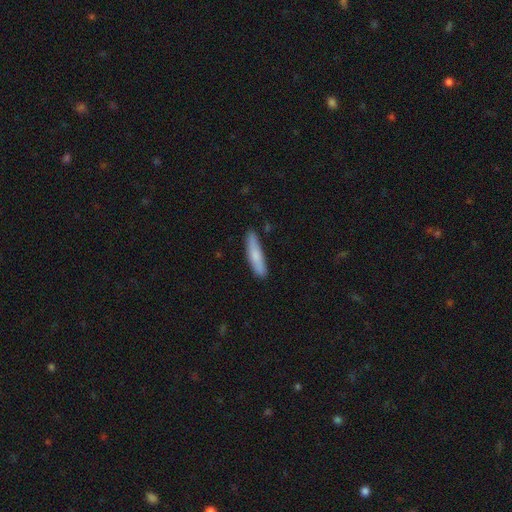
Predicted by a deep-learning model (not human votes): smooth-or-featured: smooth: 77% | featured or disk: 17% | star or artifact: 6%
  how-rounded: cigar-shaped: 85% | in between: 14% | round: 1%
  merging: none: 83% | minor disturbance: 13% | major disturbance: 2% | merger: 2%